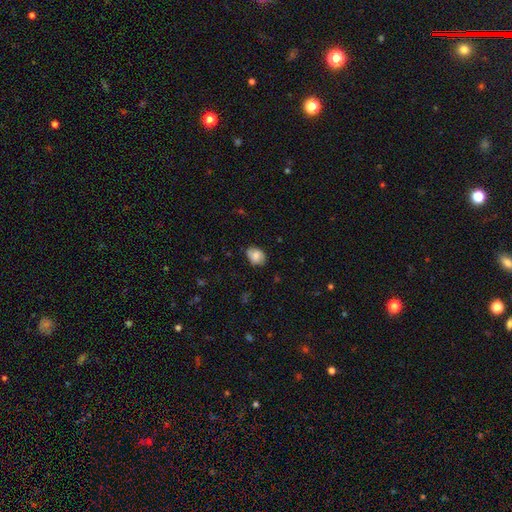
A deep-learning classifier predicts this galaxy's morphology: A smooth galaxy with no disk features (73%) that is in between round and cigar-shaped (59%).

Vote fractions:
- Smooth or featured? smooth: 73% / featured or disk: 19% / star or artifact: 9%
- How rounded? in between: 59% / round: 40% / cigar-shaped: 1%
- Merging? none: 70% / minor disturbance: 22% / major disturbance: 4% / merger: 3%